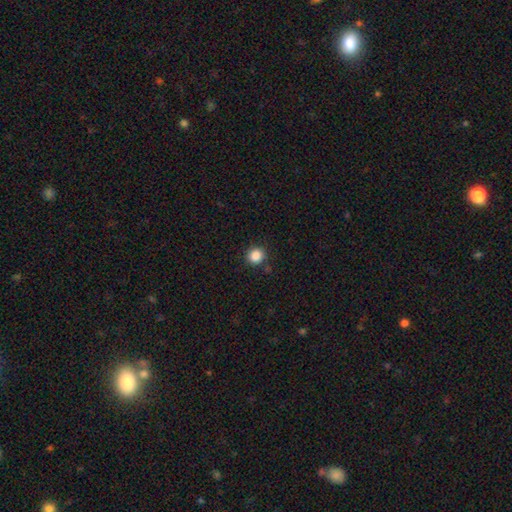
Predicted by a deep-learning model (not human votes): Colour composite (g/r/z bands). It shows a smooth galaxy with no disk features (86%) that is round (88%). Merging: none (86%).